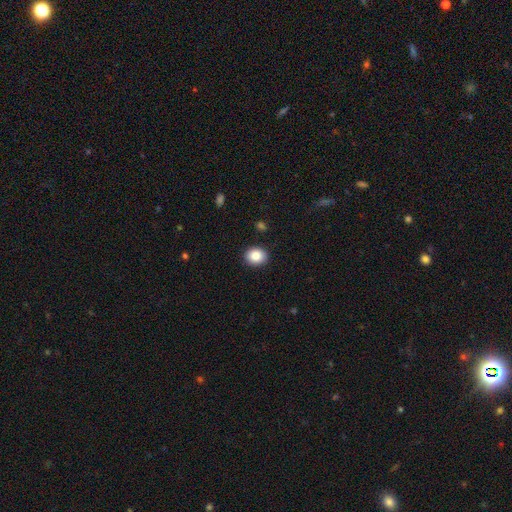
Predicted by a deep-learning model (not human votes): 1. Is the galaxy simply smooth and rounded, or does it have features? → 87% smooth, 8% star or artifact, 5% featured or disk.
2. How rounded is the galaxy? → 55% round, 44% in between, 1% cigar-shaped.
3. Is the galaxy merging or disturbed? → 90% none, 7% minor disturbance, 2% major disturbance, 1% merger.